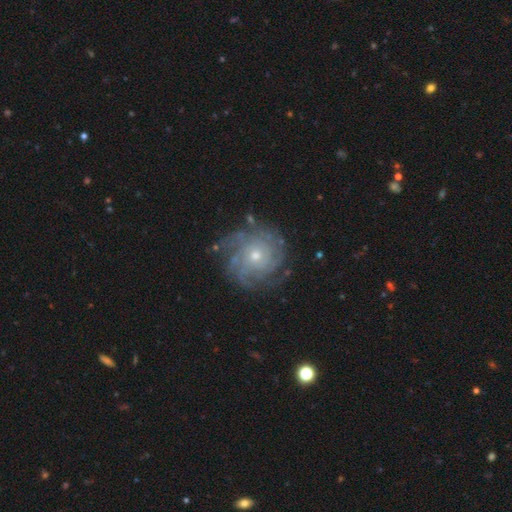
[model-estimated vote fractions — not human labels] This is clearly a featured or disk galaxy (83%). It is clearly not viewed edge-on (97%). Bar: clearly no (82%). Spiral arm pattern: clearly yes (94%). Spiral arm count: marginally can't tell (36%). Spiral winding: likely tight (74%). Central bulge: possibly small (51%). Merging: likely none (76%).